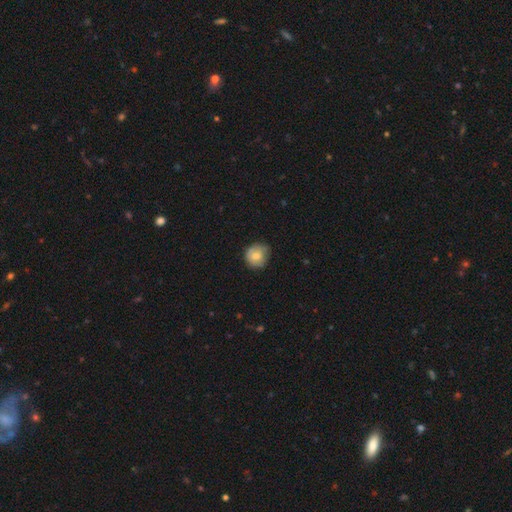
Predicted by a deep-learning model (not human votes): Smooth or featured? Predicted: smooth (p=0.78). How rounded? Predicted: round (p=0.86). Merging? Predicted: none (p=0.69).